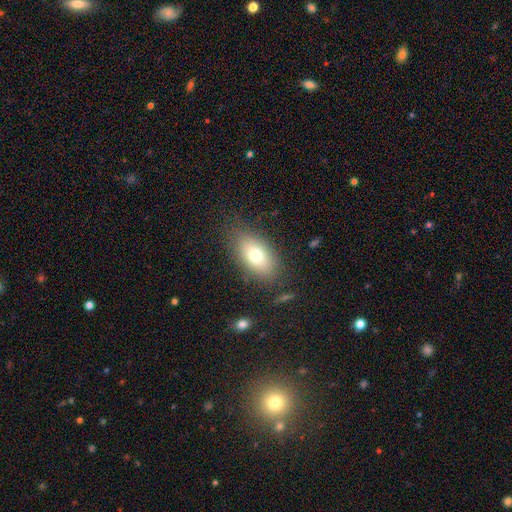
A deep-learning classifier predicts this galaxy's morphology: This is likely a smooth galaxy (74%). How rounded: clearly in between (89%). Merging: likely none (79%).